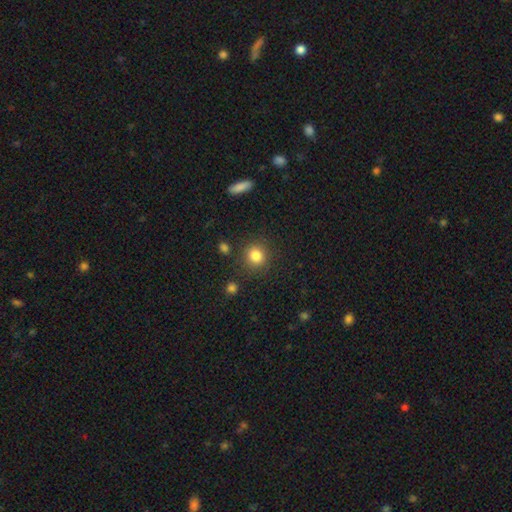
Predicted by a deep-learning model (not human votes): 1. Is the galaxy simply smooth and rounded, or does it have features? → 84% smooth, 11% star or artifact, 5% featured or disk.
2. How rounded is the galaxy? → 86% round, 13% in between, 1% cigar-shaped.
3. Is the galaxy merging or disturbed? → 85% none, 9% minor disturbance, 3% merger, 3% major disturbance.